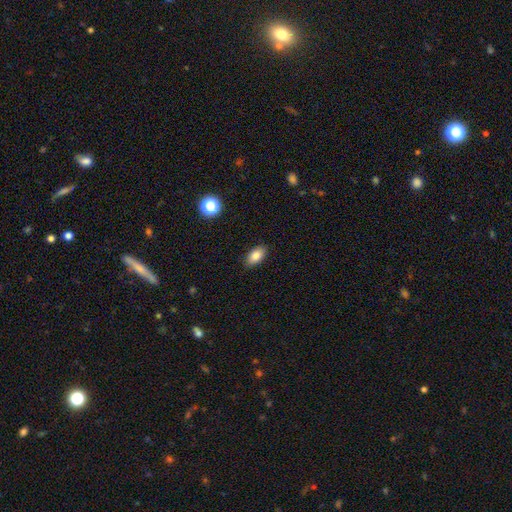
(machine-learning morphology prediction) Smooth or featured? smooth (84%)
How rounded? in between (92%)
Merging? none (88%)